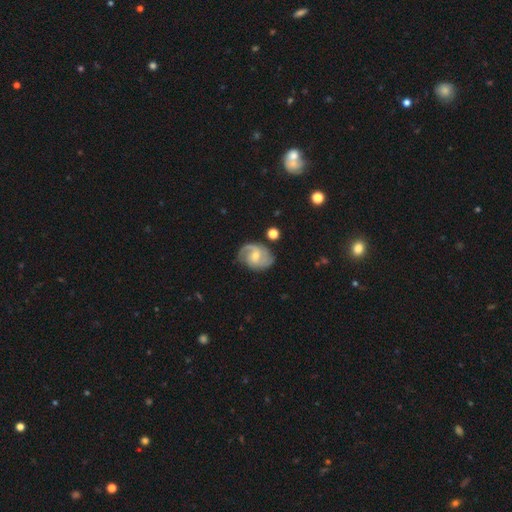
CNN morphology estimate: type=featured or disk (82%); edge-on=no (97%); bar=no (46%); spiral arms=yes (96%); winding=medium (48%); arm count=2 (69%); bulge=moderate (50%); merging=none (72%).